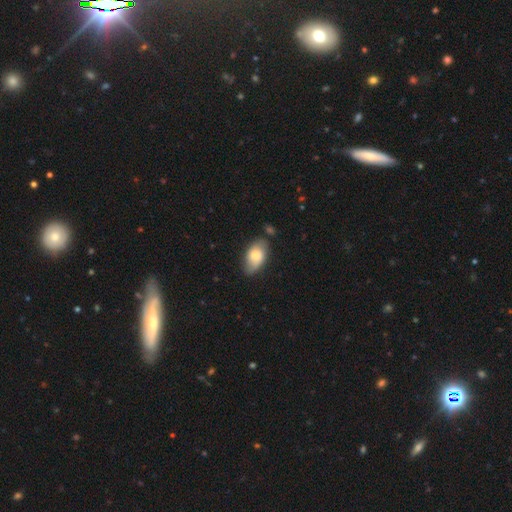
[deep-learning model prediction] A smooth galaxy with no disk features (71%) that is in between round and cigar-shaped (93%). Merging: none (71%).